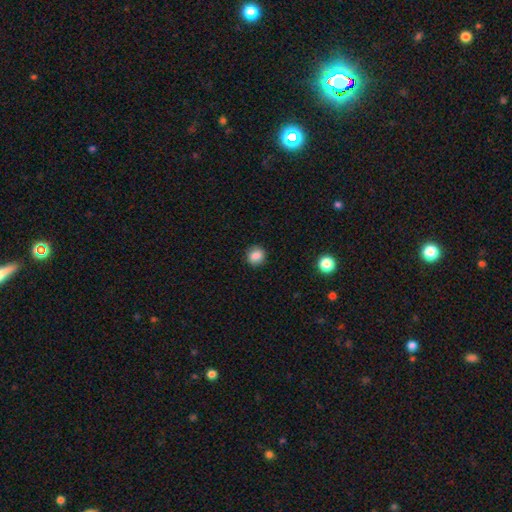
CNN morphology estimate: Overall: smooth (85%). How rounded: round (84%). Merging: none (89%).